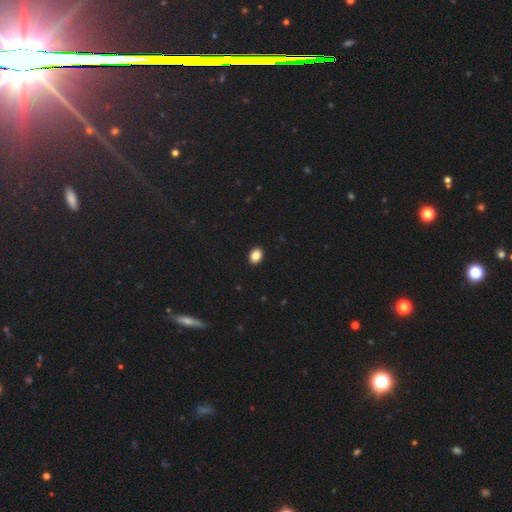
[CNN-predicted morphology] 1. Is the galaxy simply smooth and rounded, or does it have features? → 87% smooth, 9% star or artifact, 4% featured or disk.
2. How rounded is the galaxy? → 70% in between, 29% round, 1% cigar-shaped.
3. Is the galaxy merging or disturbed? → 92% none, 6% minor disturbance, 2% major disturbance, 1% merger.